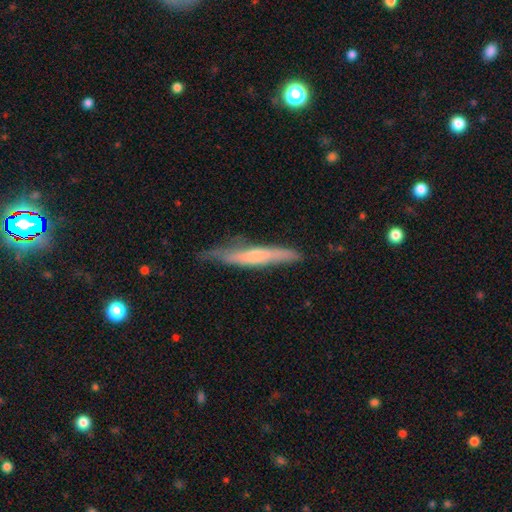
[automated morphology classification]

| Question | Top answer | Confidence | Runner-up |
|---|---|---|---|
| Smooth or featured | smooth | 53% | featured or disk (42%) |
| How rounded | cigar-shaped | 92% | in between (6%) |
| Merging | none | 56% | minor disturbance (33%) |